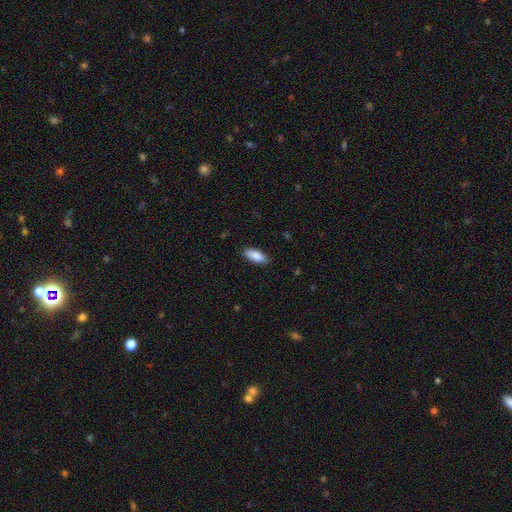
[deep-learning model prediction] smooth_or_featured: smooth (p=0.88) [alt: star or artifact p=0.06]
how_rounded: in between (p=0.82) [alt: cigar-shaped p=0.17]
merging: none (p=0.88) [alt: minor disturbance p=0.09]